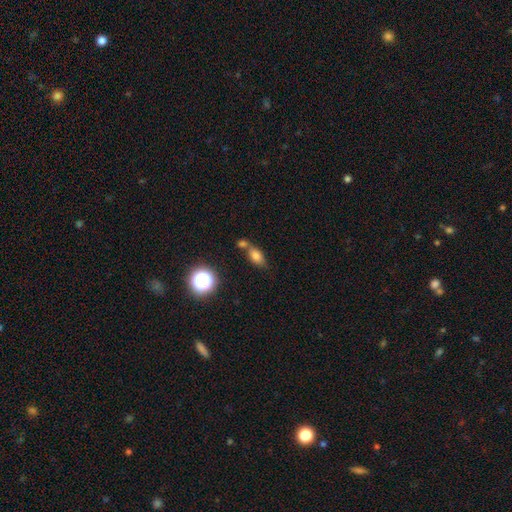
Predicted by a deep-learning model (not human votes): Smooth or featured?
  - smooth: 74% *
  - star or artifact: 14%
  - featured or disk: 12%
How rounded?
  - in between: 80% *
  - round: 13%
  - cigar-shaped: 8%
Merging?
  - none: 49% *
  - merger: 32%
  - minor disturbance: 13%
  - major disturbance: 5%